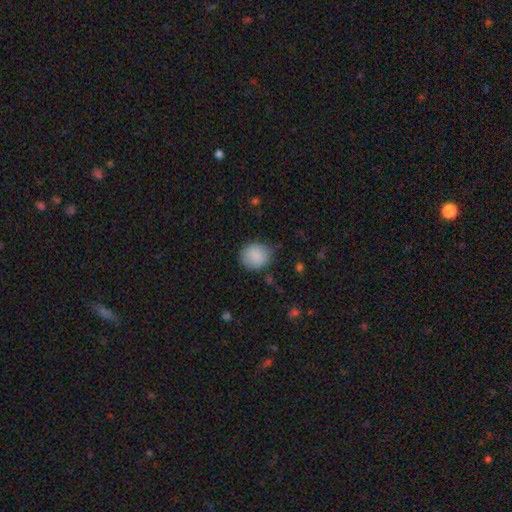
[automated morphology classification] A smooth galaxy with no disk features (88%) that is round (77%). Merging: none (80%).